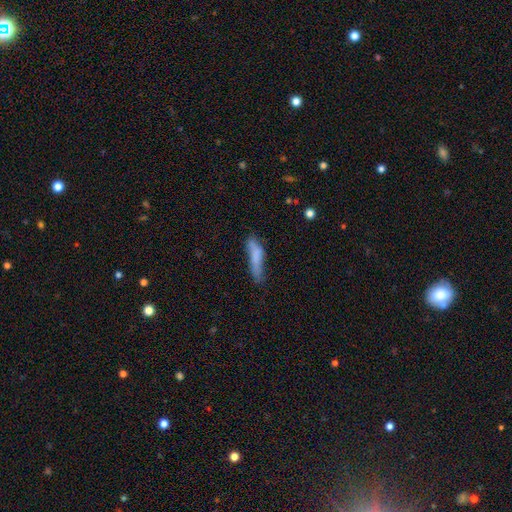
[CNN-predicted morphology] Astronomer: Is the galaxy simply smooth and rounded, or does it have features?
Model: smooth — 72%.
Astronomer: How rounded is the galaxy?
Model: cigar-shaped — 75%.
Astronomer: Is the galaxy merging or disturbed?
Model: none — 48% (runner-up: minor disturbance, 32%).